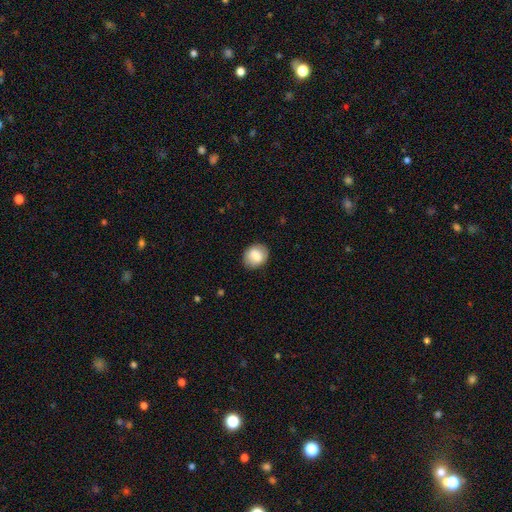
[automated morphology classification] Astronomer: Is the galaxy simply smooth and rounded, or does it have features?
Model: smooth — 81%.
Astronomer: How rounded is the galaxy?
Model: round — 56% (runner-up: in between, 43%).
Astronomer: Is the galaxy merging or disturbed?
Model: none — 84%.